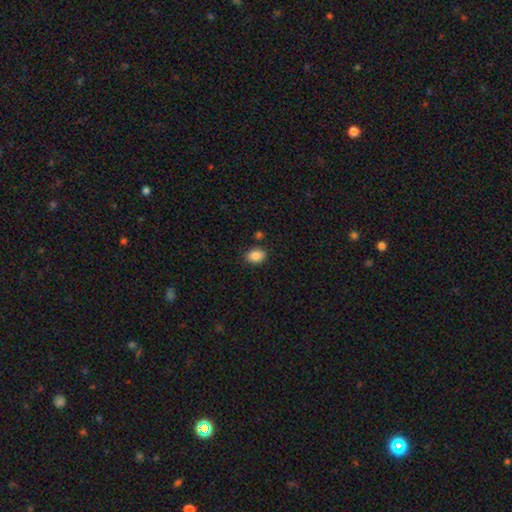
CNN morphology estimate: Smooth or featured? smooth (87%)
How rounded? in between (74%)
Merging? none (83%)